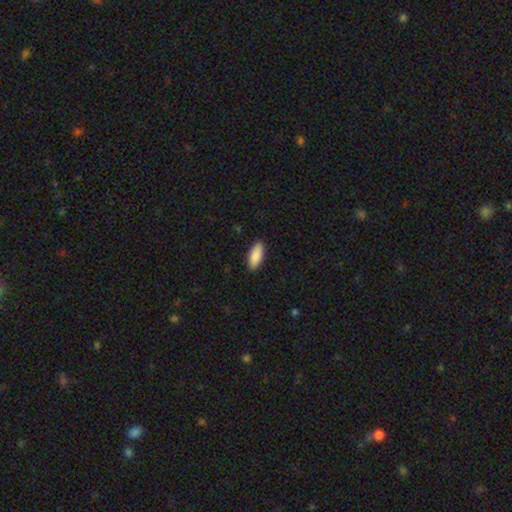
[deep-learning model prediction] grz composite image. It shows a smooth galaxy with no disk features (88%) that is in between round and cigar-shaped (79%). Merging: none (89%).